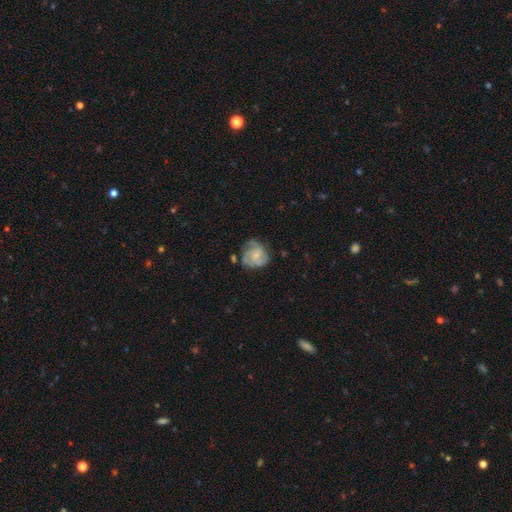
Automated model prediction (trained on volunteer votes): Q: Smooth or featured?
A: featured or disk (75%); runner-up: smooth (18%)
Q: Edge-on disk?
A: no (98%); runner-up: yes (2%)
Q: Bar?
A: no (63%); runner-up: weak (32%)
Q: Spiral arms?
A: yes (93%); runner-up: no (7%)
Q: Spiral winding?
A: tight (47%); runner-up: medium (42%)
Q: Spiral arm count?
A: 3 (45%); runner-up: can't tell (18%)
Q: Bulge size?
A: small (60%); runner-up: moderate (24%)
Q: Merging?
A: none (64%); runner-up: minor disturbance (22%)